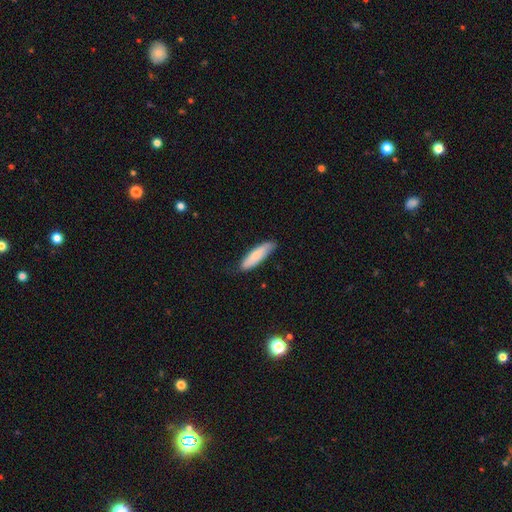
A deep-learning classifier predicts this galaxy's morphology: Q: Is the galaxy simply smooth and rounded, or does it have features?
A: smooth — 76%.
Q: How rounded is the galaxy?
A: cigar-shaped — 63%.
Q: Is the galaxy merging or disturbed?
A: none — 79%.